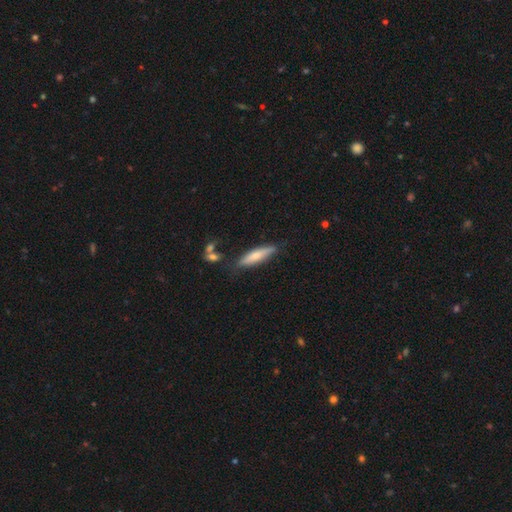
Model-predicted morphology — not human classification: Overall: smooth (68%). How rounded: cigar-shaped (76%). Merging: none (76%).